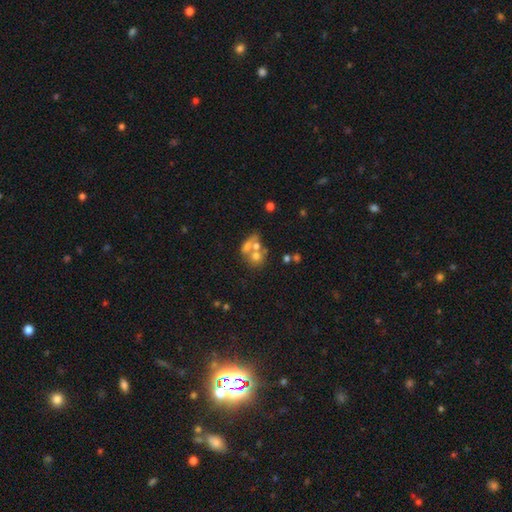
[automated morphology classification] Overall: smooth (53%; featured or disk 33%). How rounded: round (58%; in between 40%). Merging: merger (57%; none 27%).